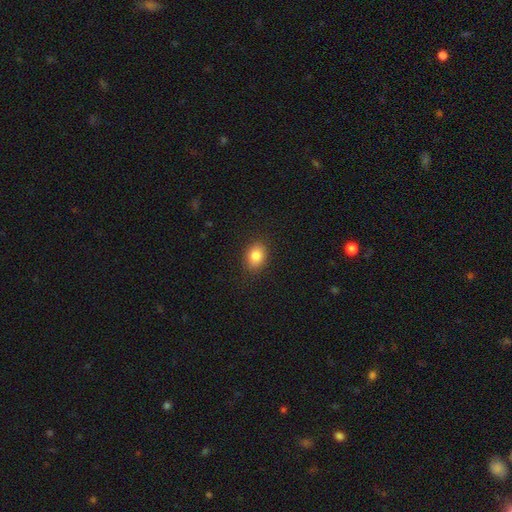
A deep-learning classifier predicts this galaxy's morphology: smooth-or-featured: smooth: 84% | star or artifact: 9% | featured or disk: 7%
  how-rounded: in between: 64% | round: 35% | cigar-shaped: 1%
  merging: none: 86% | minor disturbance: 10% | major disturbance: 3% | merger: 1%